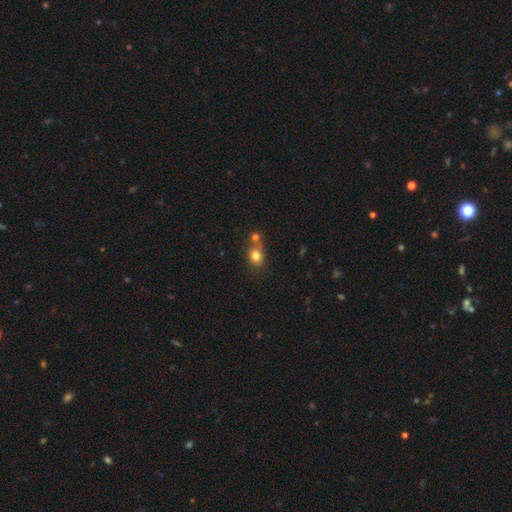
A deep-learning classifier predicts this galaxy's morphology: smooth_or_featured: smooth (p=0.79) [alt: star or artifact p=0.12]
how_rounded: round (p=0.67) [alt: in between p=0.32]
merging: none (p=0.46) [alt: merger p=0.40]